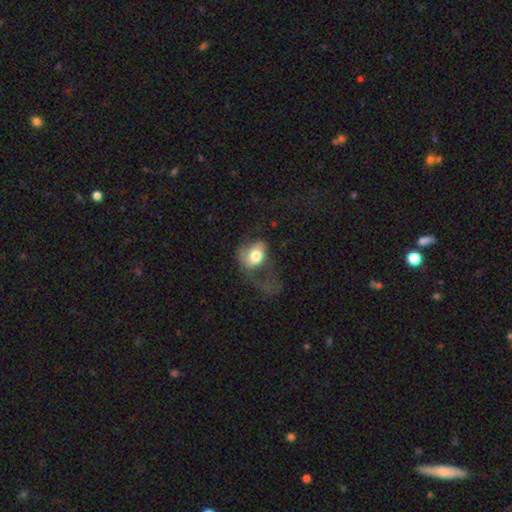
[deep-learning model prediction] smooth 68%, featured or disk 24%, star or artifact 8%. Down the decision tree: how rounded — in between (67%); merging — major disturbance (61%).